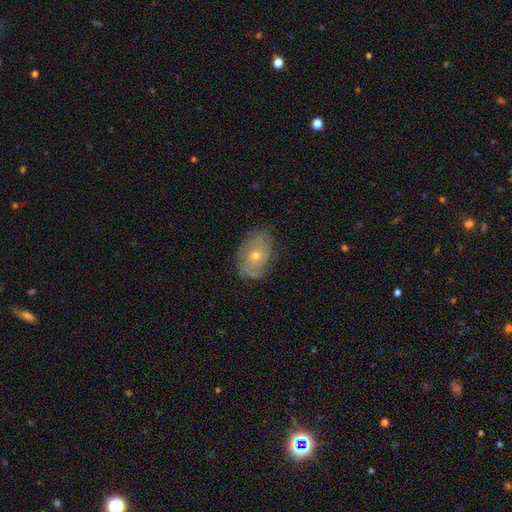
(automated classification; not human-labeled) The model was most divided on "bulge size": small: 54%, moderate: 43%, large: 1%, none: 1%, dominant: 1%. More confident: edge-on disk — no (95%); bar — no (83%); spiral arms — yes (78%); merging — none (72%); smooth or featured — featured or disk (65%).